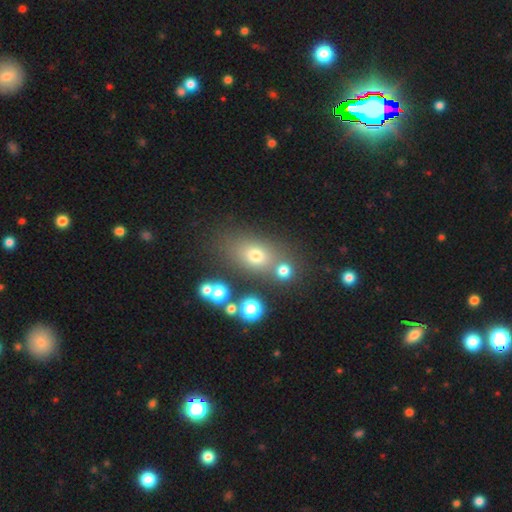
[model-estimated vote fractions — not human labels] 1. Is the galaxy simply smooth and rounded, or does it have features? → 68% smooth, 18% star or artifact, 14% featured or disk.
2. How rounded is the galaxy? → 65% in between, 30% round, 4% cigar-shaped.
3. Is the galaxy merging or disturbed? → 64% none, 18% merger, 12% minor disturbance, 6% major disturbance.